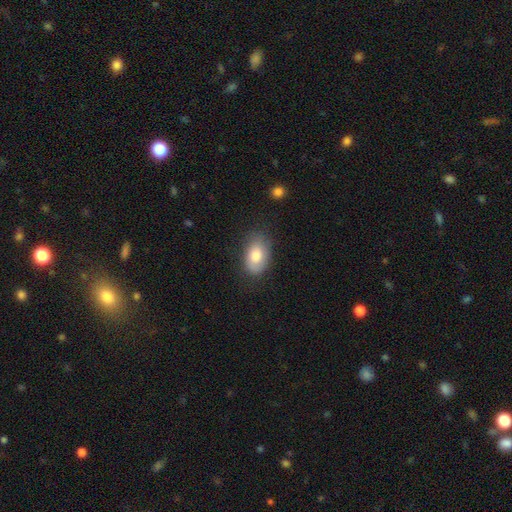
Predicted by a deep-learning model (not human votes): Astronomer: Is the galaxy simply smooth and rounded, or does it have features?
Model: smooth — 76%.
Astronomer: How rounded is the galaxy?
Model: in between — 89%.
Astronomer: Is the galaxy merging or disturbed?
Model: none — 72%.